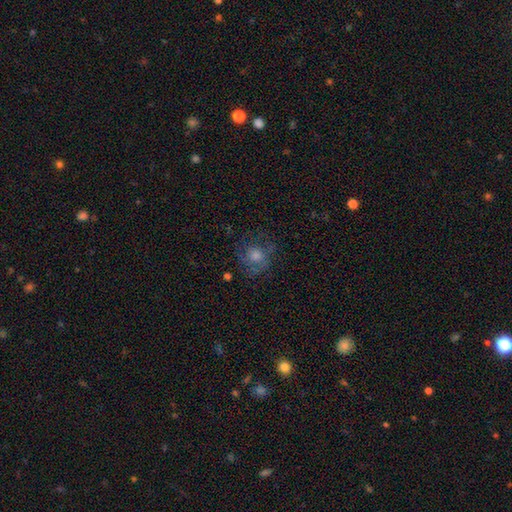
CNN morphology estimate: A featured or disk galaxy (40%, tied with smooth). Merging: none (69%).